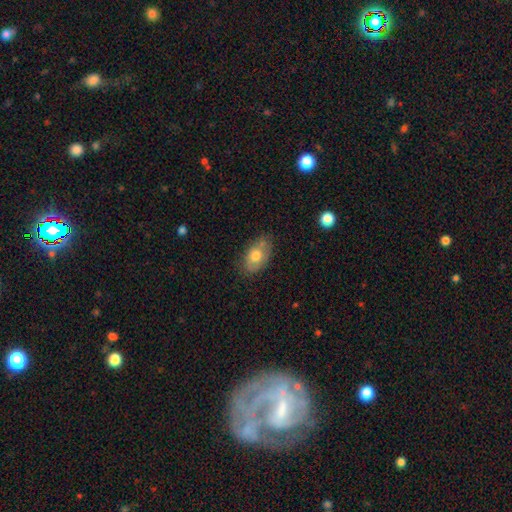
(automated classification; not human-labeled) Overall: smooth (67%). How rounded: in between (90%). Merging: none (70%).